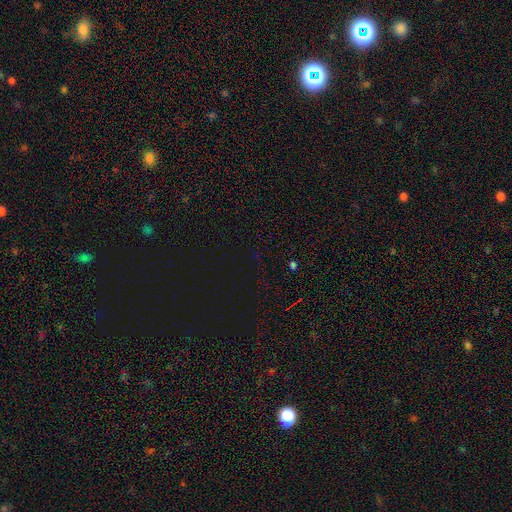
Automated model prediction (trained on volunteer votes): A star or artifact, not a galaxy (75%).